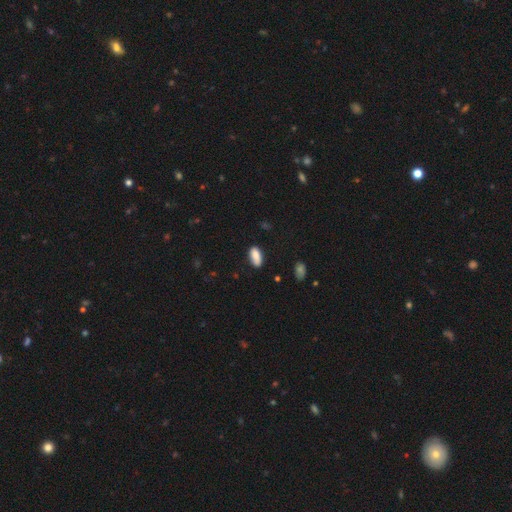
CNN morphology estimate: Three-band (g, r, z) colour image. It shows a smooth galaxy with no disk features (86%) that is in between round and cigar-shaped (87%). Merging: none (77%).